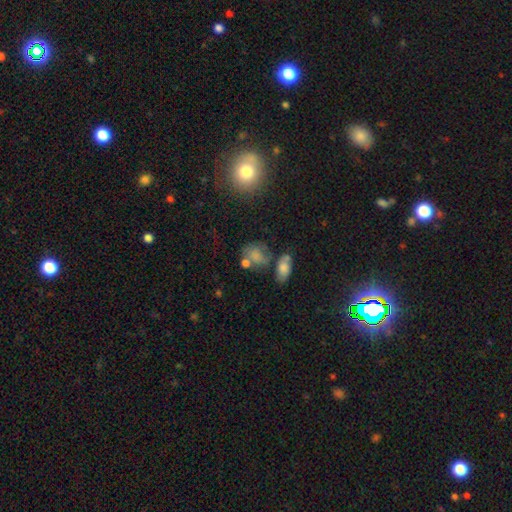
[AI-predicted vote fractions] Smooth or featured: smooth — 69% (featured or disk — 17%)
How rounded: round — 58% (in between — 40%)
Merging: none — 42% (merger — 23%)